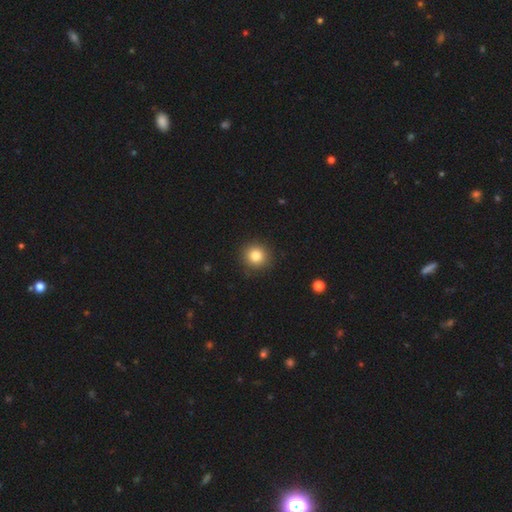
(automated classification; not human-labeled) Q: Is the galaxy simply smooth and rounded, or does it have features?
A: smooth — 82%.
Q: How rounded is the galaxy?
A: round — 92%.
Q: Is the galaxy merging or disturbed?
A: none — 91%.